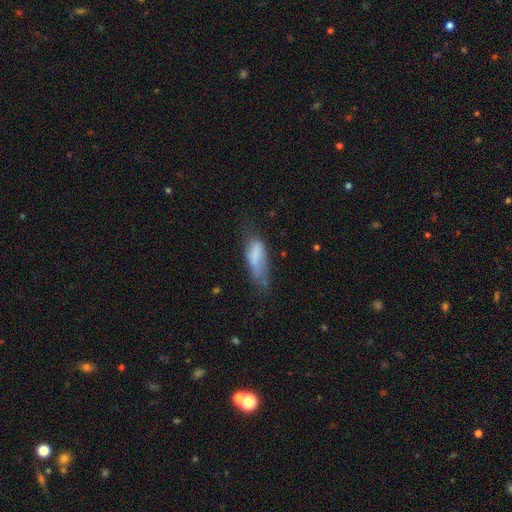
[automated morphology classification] A smooth galaxy with no disk features (71%) that is in between round and cigar-shaped (67%). Merging: minor disturbance (35%).